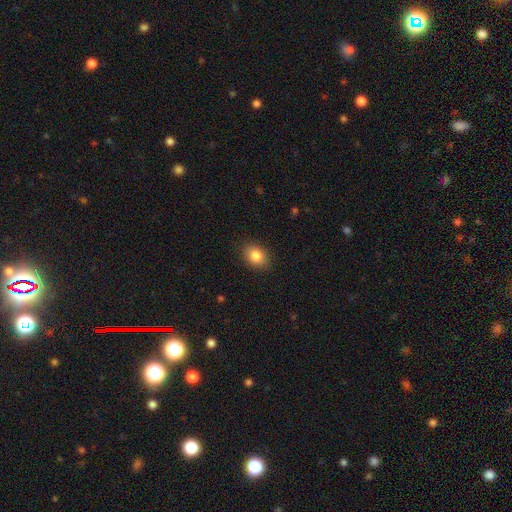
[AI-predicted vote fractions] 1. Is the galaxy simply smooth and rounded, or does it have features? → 85% smooth, 9% star or artifact, 6% featured or disk.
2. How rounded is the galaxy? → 67% in between, 32% round, 1% cigar-shaped.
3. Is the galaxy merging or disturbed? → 88% none, 9% minor disturbance, 2% major disturbance, 1% merger.